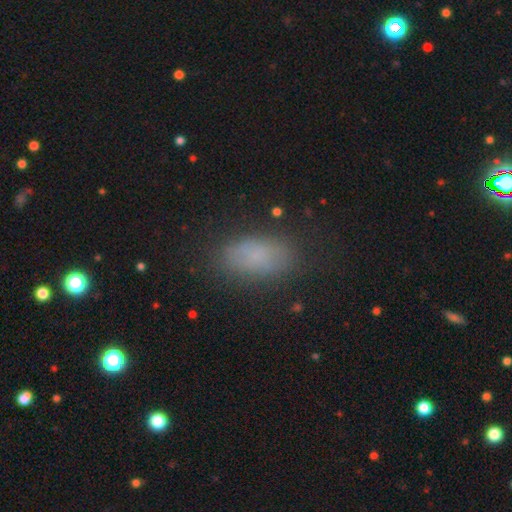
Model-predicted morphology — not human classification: smooth_or_featured: smooth (p=0.80) [alt: star or artifact p=0.11]
how_rounded: in between (p=0.91) [alt: round p=0.05]
merging: none (p=0.80) [alt: minor disturbance p=0.13]